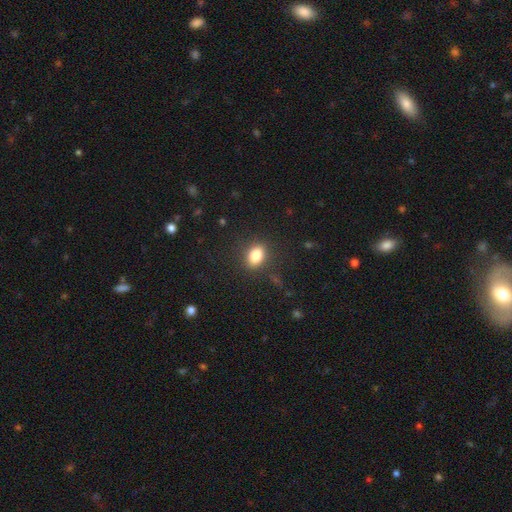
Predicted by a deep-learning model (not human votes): A smooth galaxy with no disk features (83%) that is in between round and cigar-shaped (77%). Merging: none (86%).